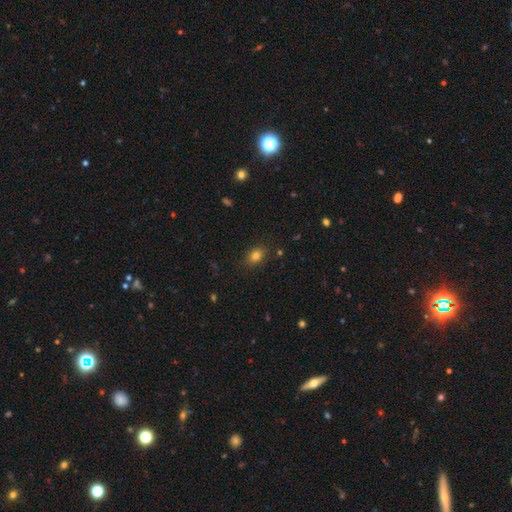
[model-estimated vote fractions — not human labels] Q: Smooth or featured?
A: smooth (81%); runner-up: star or artifact (12%)
Q: How rounded?
A: in between (70%); runner-up: round (28%)
Q: Merging?
A: none (85%); runner-up: minor disturbance (11%)